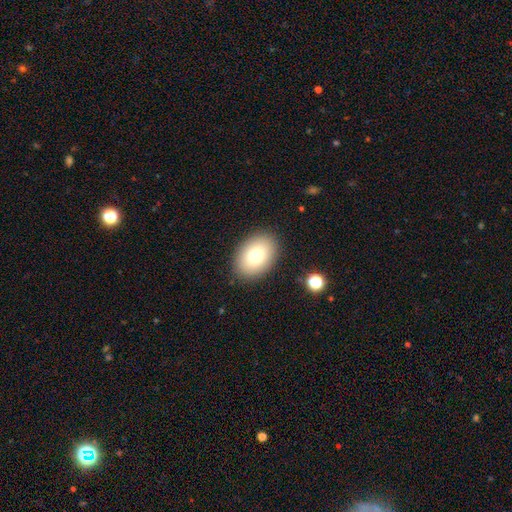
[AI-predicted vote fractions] Smooth or featured?
  - smooth: 79% *
  - featured or disk: 12%
  - star or artifact: 9%
How rounded?
  - in between: 83% *
  - round: 16%
  - cigar-shaped: 1%
Merging?
  - none: 89% *
  - minor disturbance: 8%
  - major disturbance: 2%
  - merger: 1%